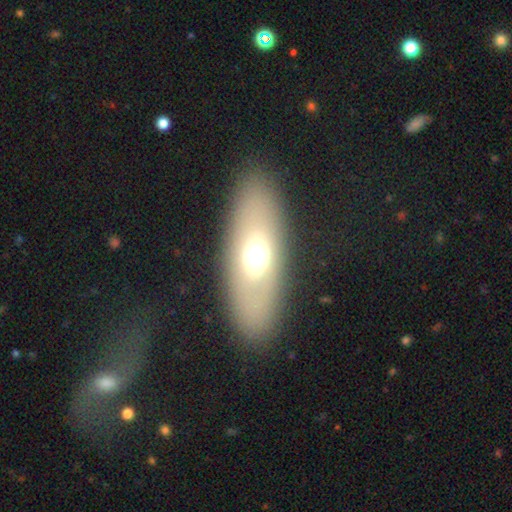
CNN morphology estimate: type=smooth (56%); roundness=in between (74%); merging=none (86%).